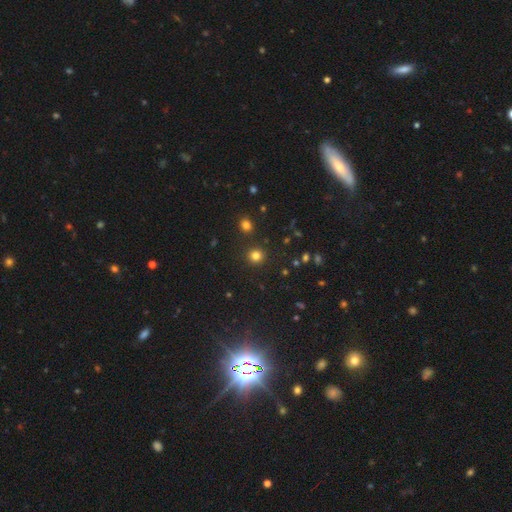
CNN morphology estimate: smooth_or_featured: smooth (p=0.80) [alt: star or artifact p=0.16]
how_rounded: round (p=0.92) [alt: in between p=0.07]
merging: none (p=0.90) [alt: minor disturbance p=0.05]